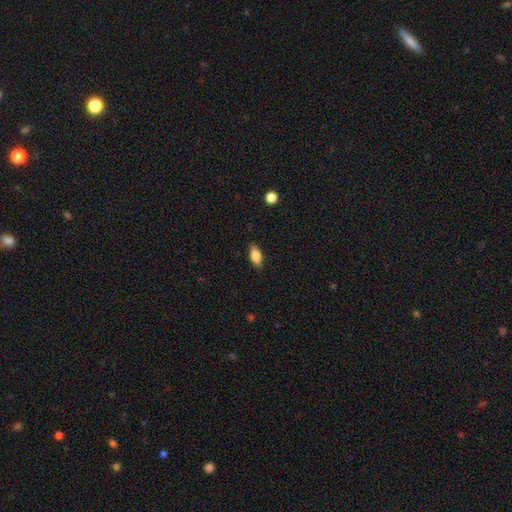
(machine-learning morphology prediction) smooth-or-featured: smooth: 78% | featured or disk: 15% | star or artifact: 7%
  how-rounded: in between: 85% | cigar-shaped: 11% | round: 3%
  merging: none: 87% | minor disturbance: 10% | major disturbance: 2% | merger: 1%